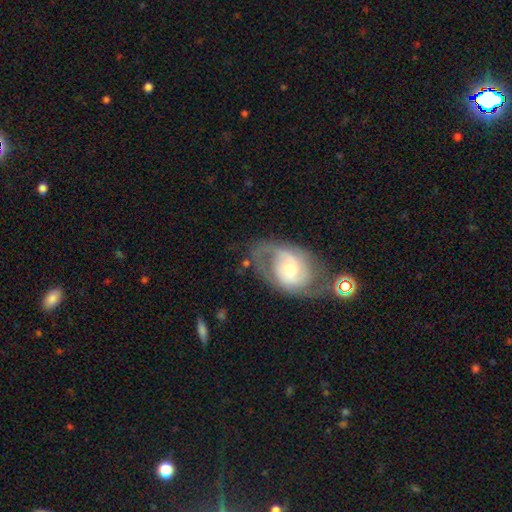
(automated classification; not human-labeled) Smooth or featured: featured or disk — 78% (smooth — 15%)
Edge-on disk: no — 96% (yes — 4%)
Bar: no — 46% (weak — 40%)
Spiral arms: yes — 89% (no — 11%)
Spiral winding: medium — 46% (tight — 33%)
Spiral arm count: 2 — 74% (can't tell — 13%)
Bulge size: moderate — 55% (small — 32%)
Merging: none — 58% (minor disturbance — 20%)